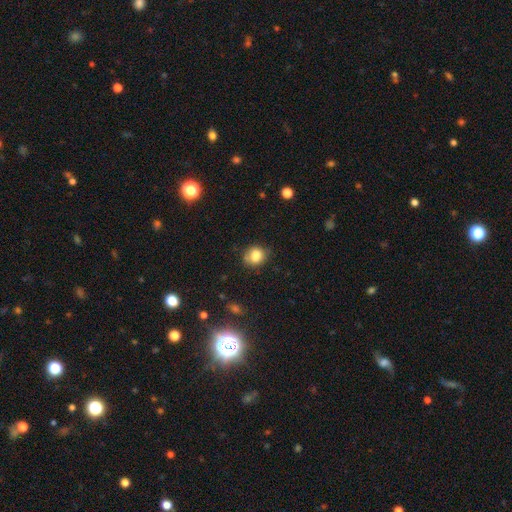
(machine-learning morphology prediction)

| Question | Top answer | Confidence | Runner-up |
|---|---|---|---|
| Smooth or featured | smooth | 80% | star or artifact (11%) |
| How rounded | round | 66% | in between (33%) |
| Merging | none | 63% | minor disturbance (24%) |